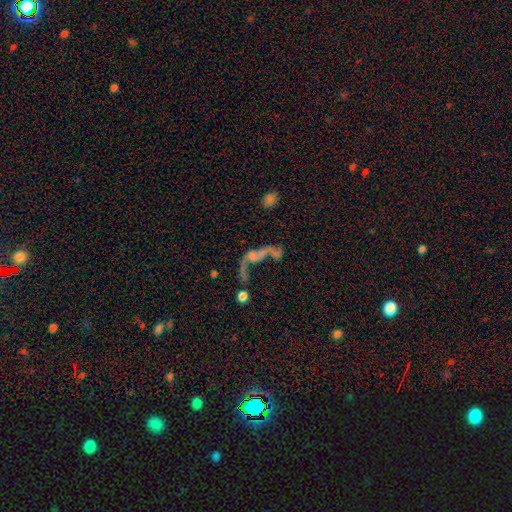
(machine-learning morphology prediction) Q: Smooth or featured?
A: featured or disk (58%); runner-up: smooth (25%)
Q: Edge-on disk?
A: no (92%); runner-up: yes (8%)
Q: Bar?
A: no (77%); runner-up: weak (16%)
Q: Spiral arms?
A: no (61%); runner-up: yes (39%)
Q: Bulge size?
A: none (63%); runner-up: small (20%)
Q: Merging?
A: major disturbance (39%); runner-up: merger (34%)